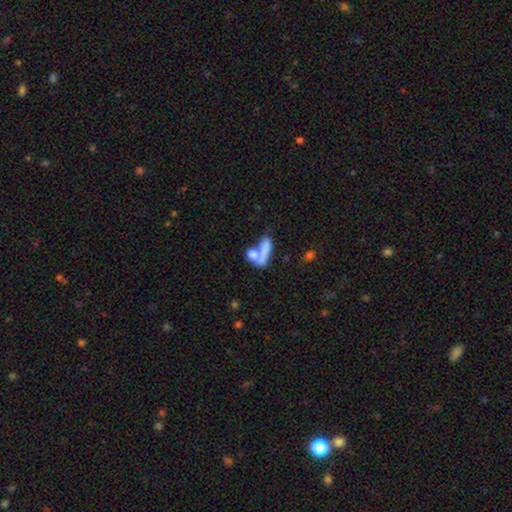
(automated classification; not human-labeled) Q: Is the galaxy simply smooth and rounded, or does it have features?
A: smooth — 72%.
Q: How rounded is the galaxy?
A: in between — 60%.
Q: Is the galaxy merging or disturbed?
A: merger — 59%.